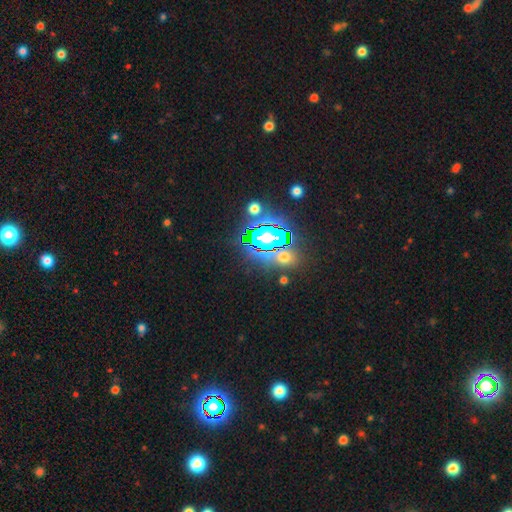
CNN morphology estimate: Smooth or featured? Predicted: star or artifact (p=0.84).